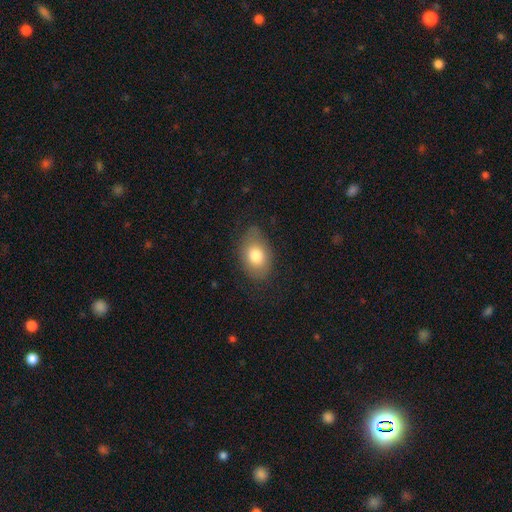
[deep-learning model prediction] This is likely a smooth galaxy (78%). How rounded: clearly in between (82%). Merging: likely none (72%).